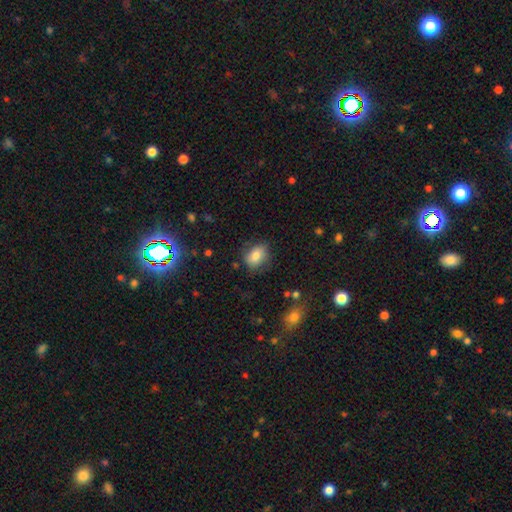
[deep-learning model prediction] smooth-or-featured: smooth: 79% | featured or disk: 13% | star or artifact: 9%
  how-rounded: in between: 65% | round: 34% | cigar-shaped: 1%
  merging: none: 73% | minor disturbance: 19% | major disturbance: 6% | merger: 2%